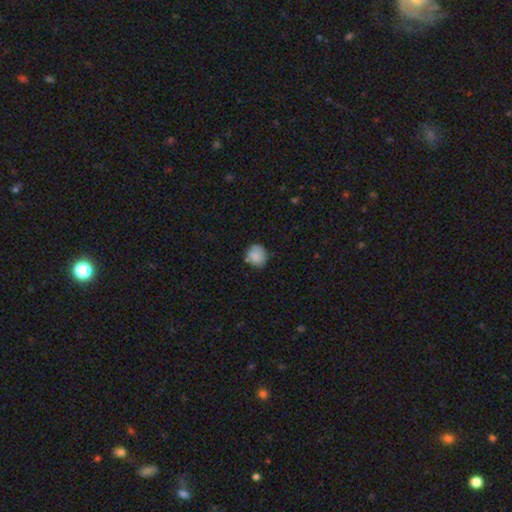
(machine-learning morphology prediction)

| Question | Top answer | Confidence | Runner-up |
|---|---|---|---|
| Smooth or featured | smooth | 84% | star or artifact (8%) |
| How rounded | round | 72% | in between (27%) |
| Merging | none | 69% | minor disturbance (21%) |